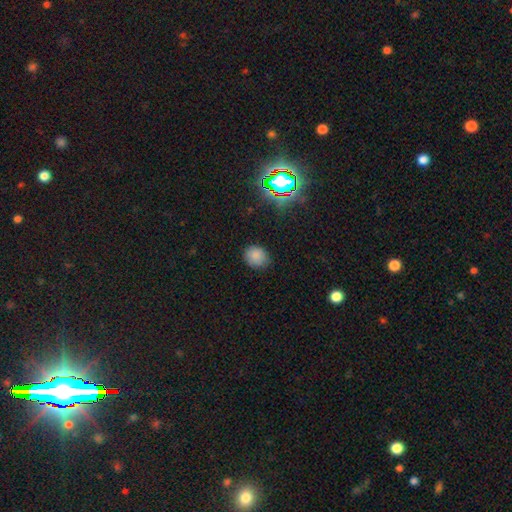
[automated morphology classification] Smooth or featured? smooth (80%)
How rounded? round (68%)
Merging? none (82%)